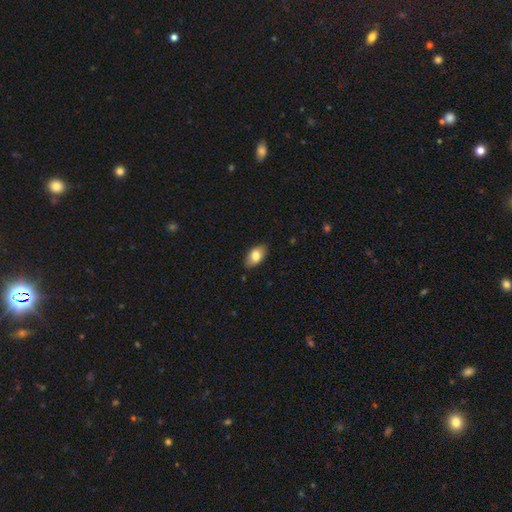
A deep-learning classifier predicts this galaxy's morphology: A smooth galaxy with no disk features (79%) that is in between round and cigar-shaped (90%).

Vote fractions:
- Smooth or featured? smooth: 79% / featured or disk: 14% / star or artifact: 7%
- How rounded? in between: 90% / round: 8% / cigar-shaped: 2%
- Merging? none: 84% / minor disturbance: 13% / major disturbance: 2% / merger: 1%